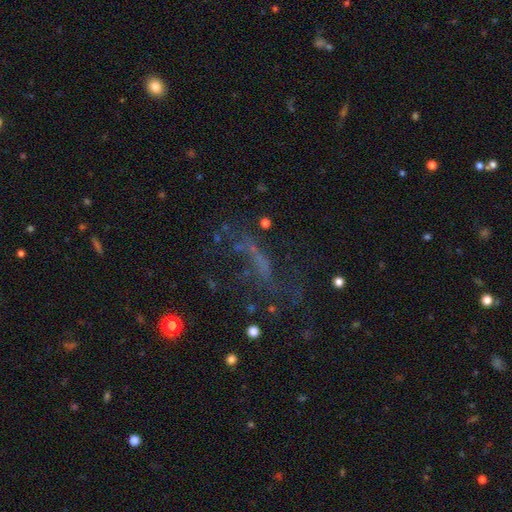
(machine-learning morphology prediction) Smooth or featured?
  - featured or disk: 44% *
  - star or artifact: 33%
  - smooth: 23%
Merging?
  - none: 47% *
  - major disturbance: 31%
  - minor disturbance: 17%
  - merger: 5%